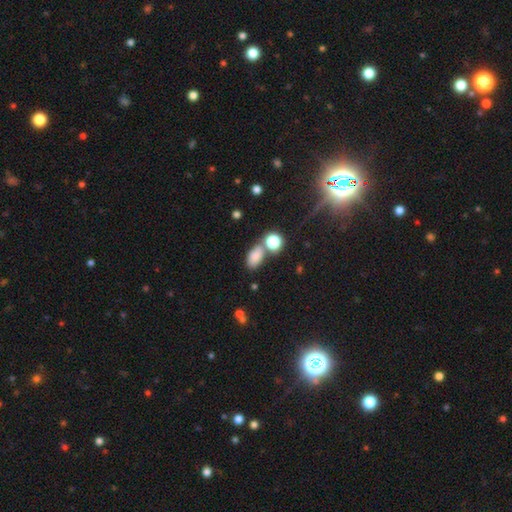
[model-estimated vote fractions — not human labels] The model was most divided on "merging": none: 54%, merger: 25%, minor disturbance: 15%, major disturbance: 6%. More confident: how rounded — in between (85%); smooth or featured — smooth (79%).